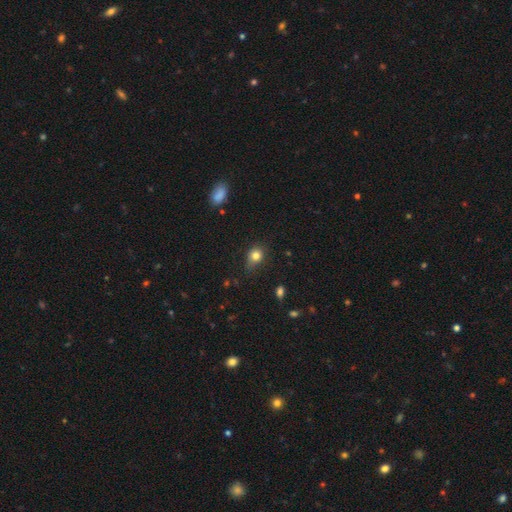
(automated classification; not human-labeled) smooth-or-featured: smooth: 80% | star or artifact: 12% | featured or disk: 8%
  how-rounded: round: 60% | in between: 39% | cigar-shaped: 1%
  merging: none: 57% | minor disturbance: 32% | major disturbance: 9% | merger: 2%